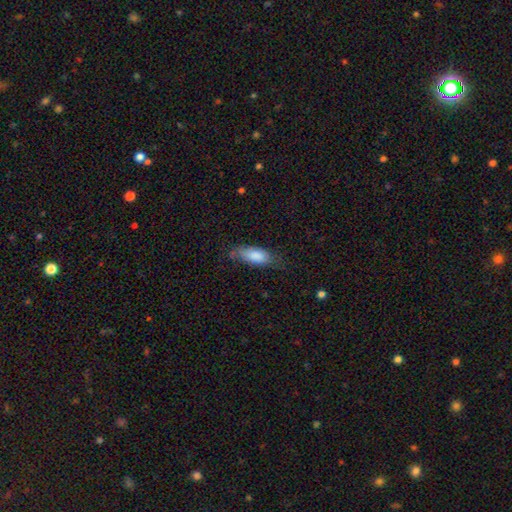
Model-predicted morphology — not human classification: This appears to be a smooth galaxy with no disk features (82%) that is in between round and cigar-shaped (81%). Merging: none (58%).